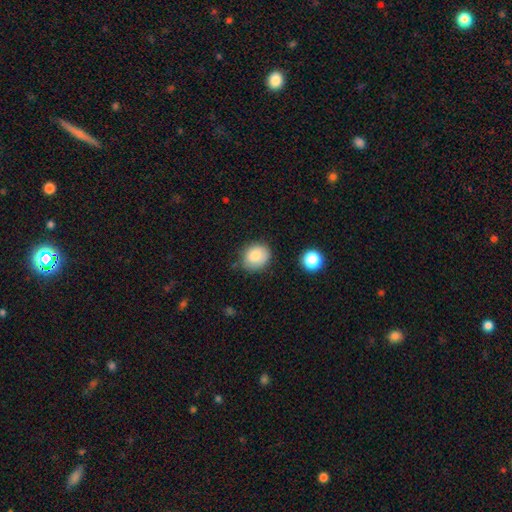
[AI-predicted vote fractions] smooth_or_featured: smooth (p=0.84) [alt: star or artifact p=0.09]
how_rounded: round (p=0.66) [alt: in between p=0.33]
merging: none (p=0.72) [alt: minor disturbance p=0.21]